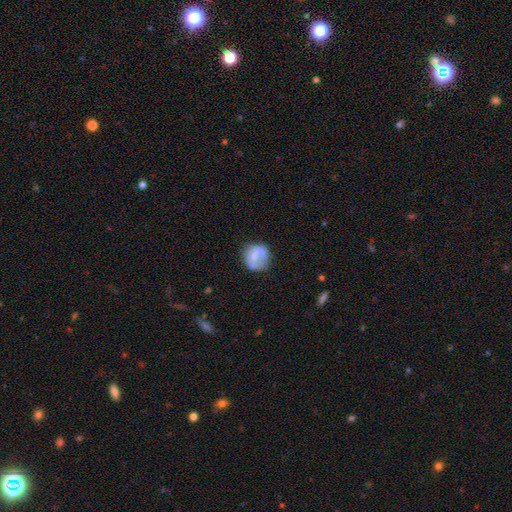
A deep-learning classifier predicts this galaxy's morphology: smooth 61%, featured or disk 31%, star or artifact 8%. Down the decision tree: how rounded — round (84%); merging — none (62%).